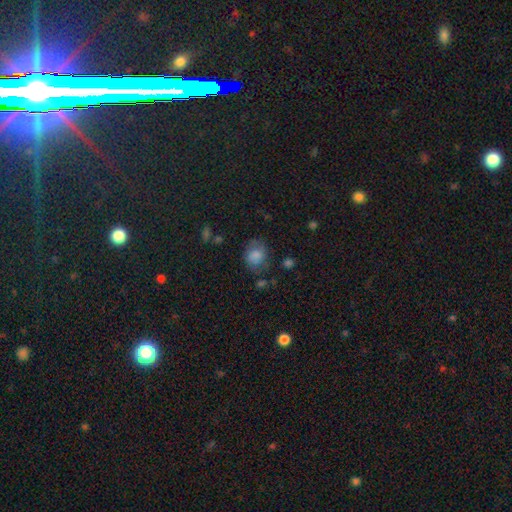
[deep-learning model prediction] Smooth or featured? smooth (73%)
How rounded? round (60%)
Merging? none (60%)